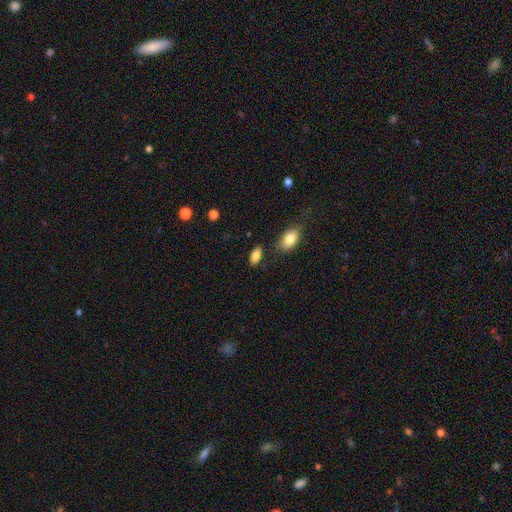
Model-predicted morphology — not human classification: smooth-or-featured: smooth: 84% | featured or disk: 8% | star or artifact: 8%
  how-rounded: in between: 90% | cigar-shaped: 6% | round: 4%
  merging: none: 79% | minor disturbance: 13% | merger: 5% | major disturbance: 3%